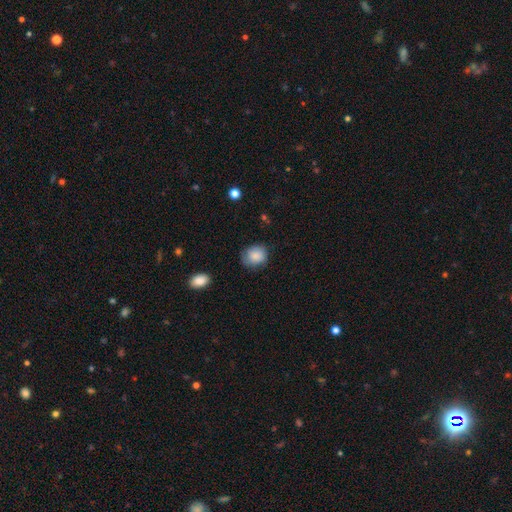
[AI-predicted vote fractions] Q: Smooth or featured?
A: smooth (85%); runner-up: star or artifact (8%)
Q: How rounded?
A: round (65%); runner-up: in between (34%)
Q: Merging?
A: none (68%); runner-up: minor disturbance (25%)